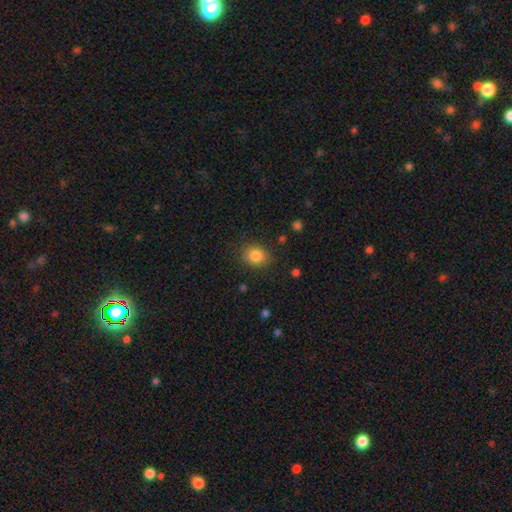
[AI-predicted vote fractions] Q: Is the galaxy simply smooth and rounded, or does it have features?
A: smooth — 84%.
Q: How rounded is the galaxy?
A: round — 56%.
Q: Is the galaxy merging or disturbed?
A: none — 84%.